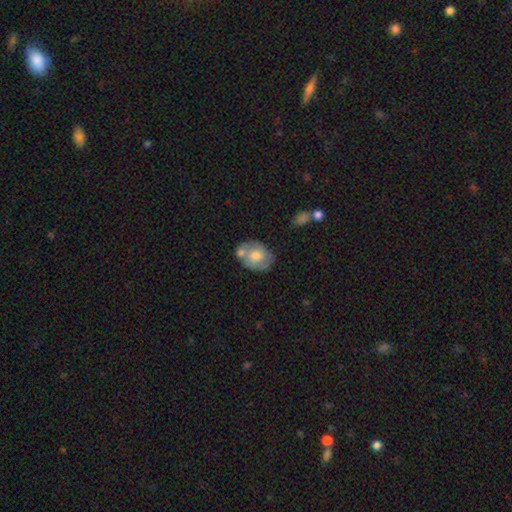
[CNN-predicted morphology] smooth 57%, featured or disk 36%, star or artifact 6%. Down the decision tree: how rounded — in between (58%); merging — none (50%).